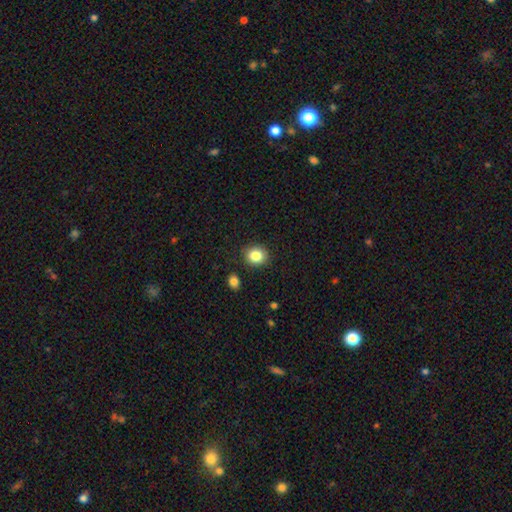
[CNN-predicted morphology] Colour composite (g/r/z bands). It shows a smooth galaxy with no disk features (85%) that is round (75%). Merging: none (87%).